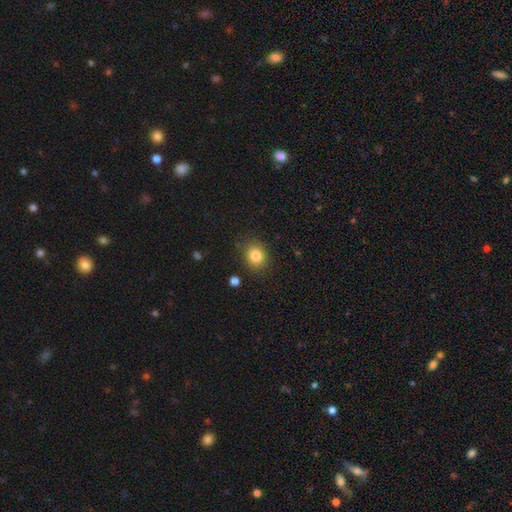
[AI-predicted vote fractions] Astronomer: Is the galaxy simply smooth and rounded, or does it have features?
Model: smooth — 83%.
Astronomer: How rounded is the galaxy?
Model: round — 68%.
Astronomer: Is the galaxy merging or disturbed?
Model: none — 86%.